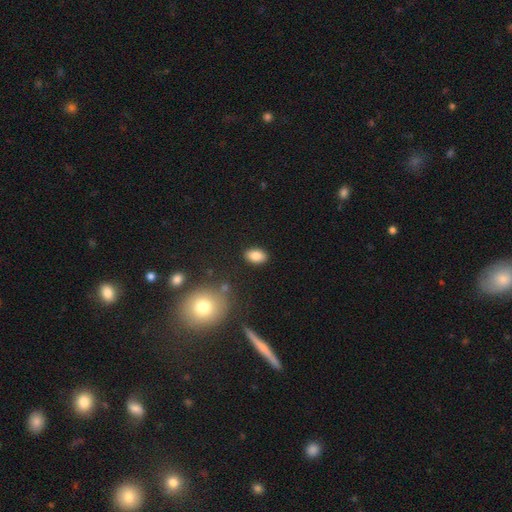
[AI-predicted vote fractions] smooth-or-featured: smooth: 85% | star or artifact: 9% | featured or disk: 6%
  how-rounded: in between: 90% | round: 8% | cigar-shaped: 2%
  merging: none: 87% | minor disturbance: 9% | major disturbance: 2% | merger: 2%